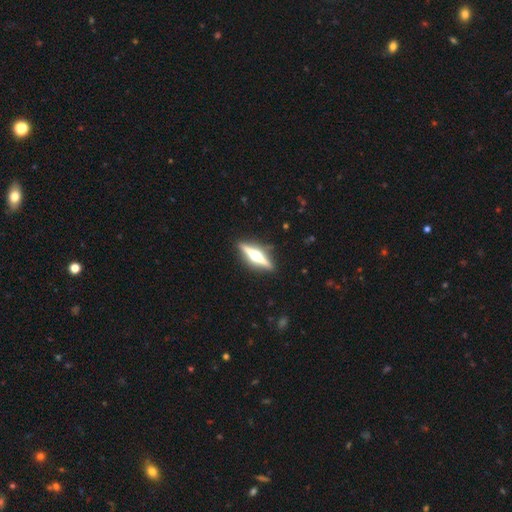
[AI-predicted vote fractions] A featured or disk galaxy (80%) viewed edge-on (98%) with a rounded central bulge (95%).

Vote fractions:
- Smooth or featured? featured or disk: 80% / smooth: 15% / star or artifact: 5%
- Edge-on disk? yes: 98% / no: 2%
- Edge-on bulge? rounded: 95% / boxy: 3% / none: 2%
- Merging? none: 90% / minor disturbance: 7% / major disturbance: 2% / merger: 1%